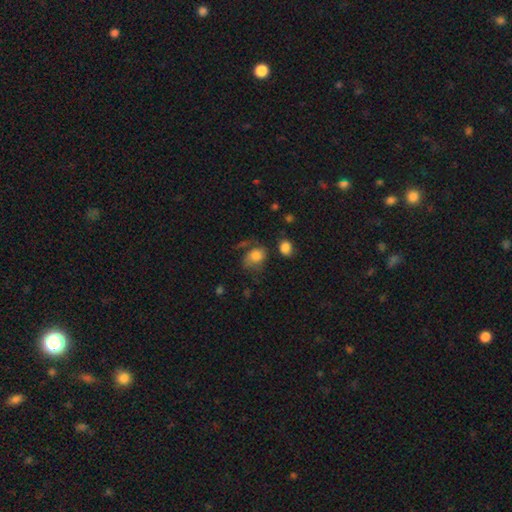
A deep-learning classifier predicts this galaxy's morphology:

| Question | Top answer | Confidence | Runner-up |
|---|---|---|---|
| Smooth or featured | smooth | 71% | featured or disk (19%) |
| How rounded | in between | 58% | round (41%) |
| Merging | none | 40% | major disturbance (26%) |